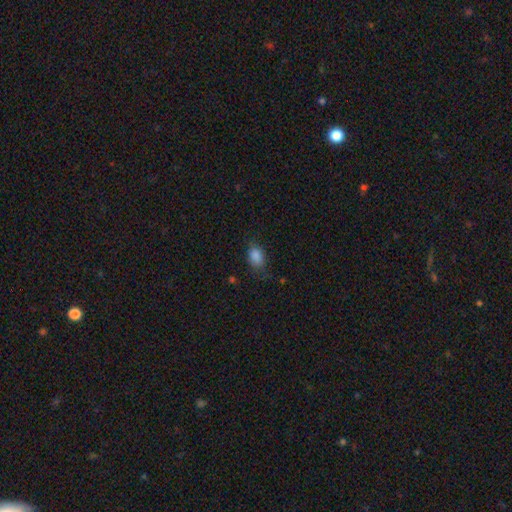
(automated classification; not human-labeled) Overall: smooth (86%). How rounded: in between (83%). Merging: none (72%).